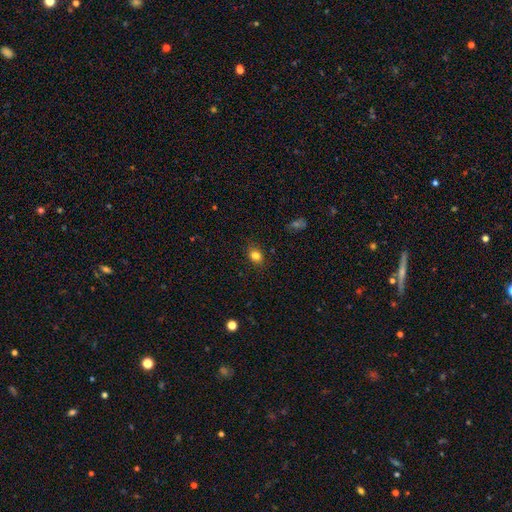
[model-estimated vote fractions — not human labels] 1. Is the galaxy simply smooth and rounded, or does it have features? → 82% smooth, 11% star or artifact, 7% featured or disk.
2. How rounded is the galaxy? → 57% in between, 42% round, 1% cigar-shaped.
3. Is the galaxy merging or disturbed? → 84% none, 12% minor disturbance, 3% major disturbance, 1% merger.